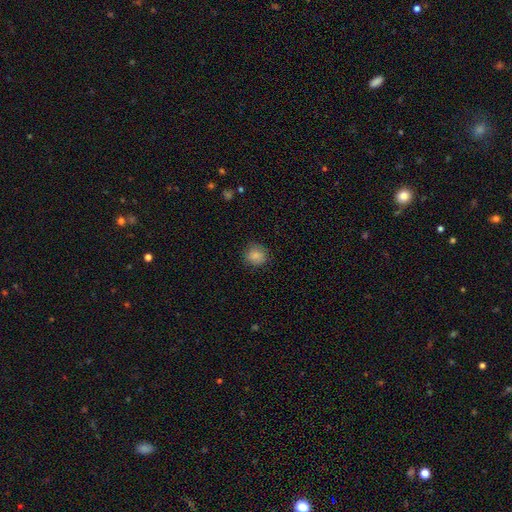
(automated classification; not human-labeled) Smooth or featured? Predicted: smooth (p=0.85). How rounded? Predicted: round (p=0.84). Merging? Predicted: none (p=0.82).